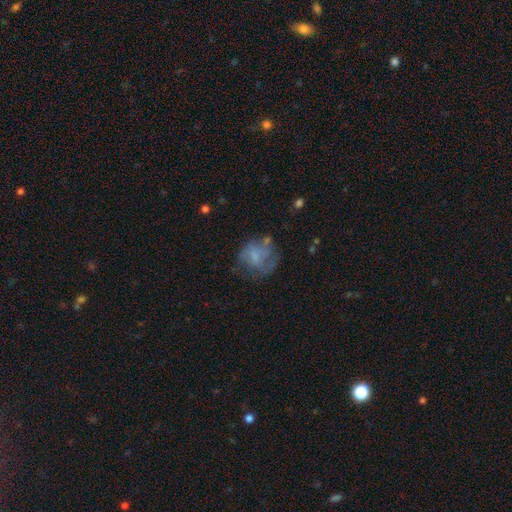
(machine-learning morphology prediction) smooth 46%, featured or disk 44%, star or artifact 11%. Down the decision tree: merging — none (47%).